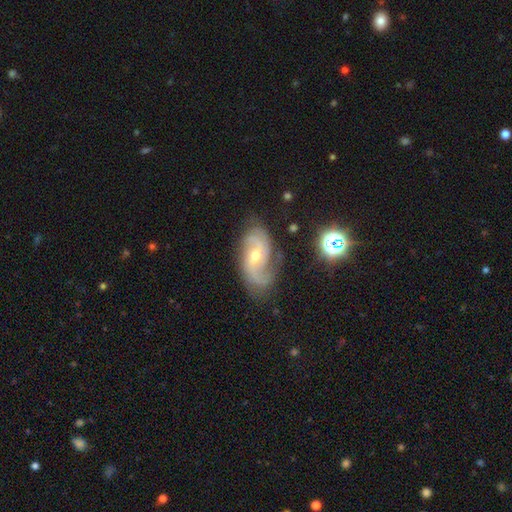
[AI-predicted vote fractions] smooth_or_featured: featured or disk (p=0.85) [alt: smooth p=0.08]
disk_edge_on: no (p=0.96) [alt: yes p=0.04]
bar: no (p=0.52) [alt: weak p=0.40]
has_spiral_arms: yes (p=0.97) [alt: no p=0.03]
spiral_winding: medium (p=0.48) [alt: tight p=0.29]
spiral_arm_count: 2 (p=0.56) [alt: 3 p=0.19]
bulge_size: small (p=0.54) [alt: moderate p=0.44]
merging: none (p=0.69) [alt: minor disturbance p=0.21]